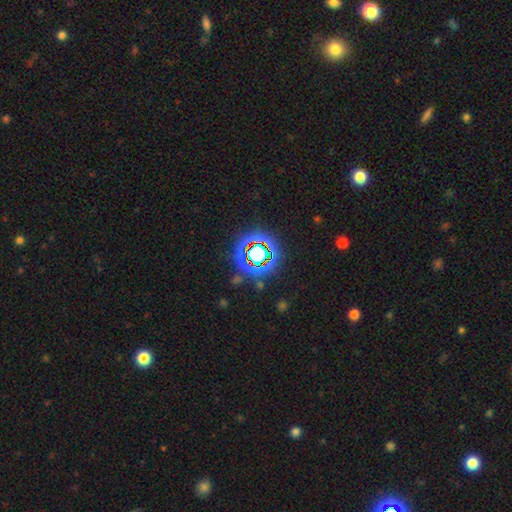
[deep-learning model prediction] star or artifact 79%, smooth 13%, featured or disk 9%.